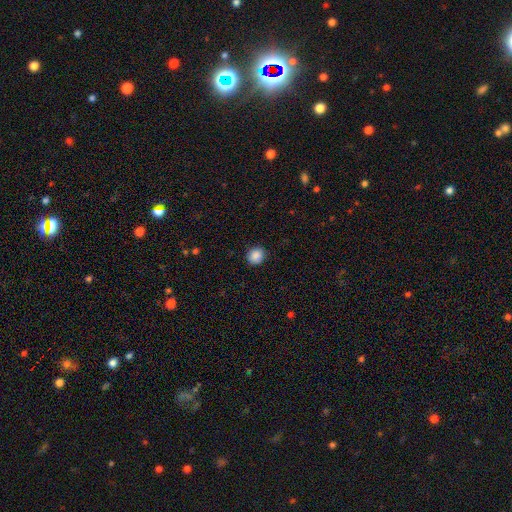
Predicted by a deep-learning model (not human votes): The model was most divided on "how rounded": round: 85%, in between: 14%, cigar-shaped: 1%. More confident: merging — none (90%); smooth or featured — smooth (88%).